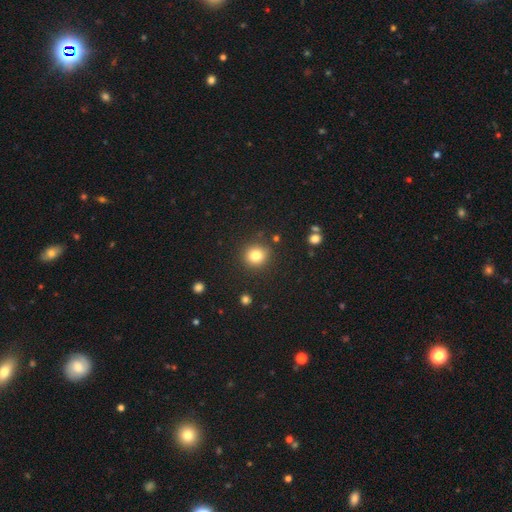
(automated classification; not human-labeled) Smooth or featured: smooth — 81% (star or artifact — 12%)
How rounded: round — 90% (in between — 9%)
Merging: none — 88% (minor disturbance — 7%)